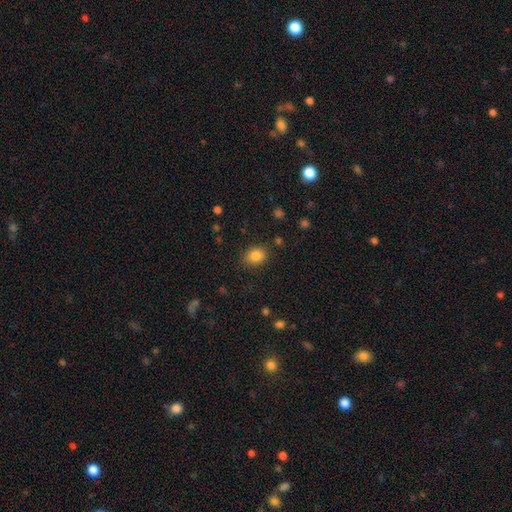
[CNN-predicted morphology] Smooth or featured: smooth — 84% (star or artifact — 10%)
How rounded: in between — 56% (round — 43%)
Merging: none — 83% (minor disturbance — 12%)